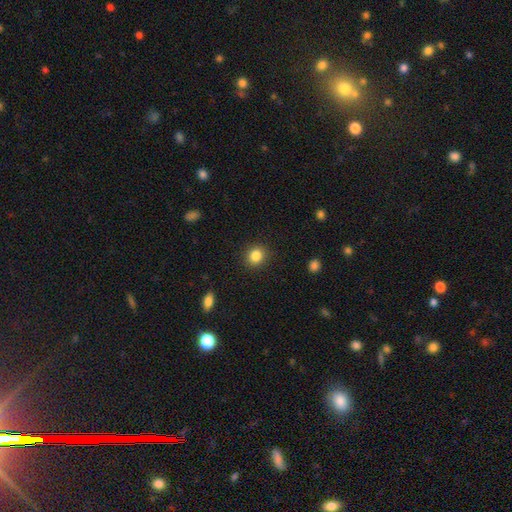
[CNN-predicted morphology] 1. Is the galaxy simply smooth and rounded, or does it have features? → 85% smooth, 10% star or artifact, 5% featured or disk.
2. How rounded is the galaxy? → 81% round, 18% in between, 1% cigar-shaped.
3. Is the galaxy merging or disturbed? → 90% none, 7% minor disturbance, 2% major disturbance, 1% merger.